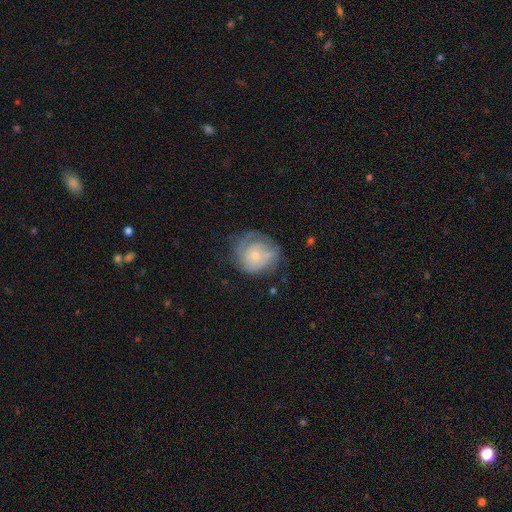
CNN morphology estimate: This appears to be a featured or disk galaxy (62%) with no bar (81%), spiral arms (78%) and a small central bulge (68%). Merging: none (57%).